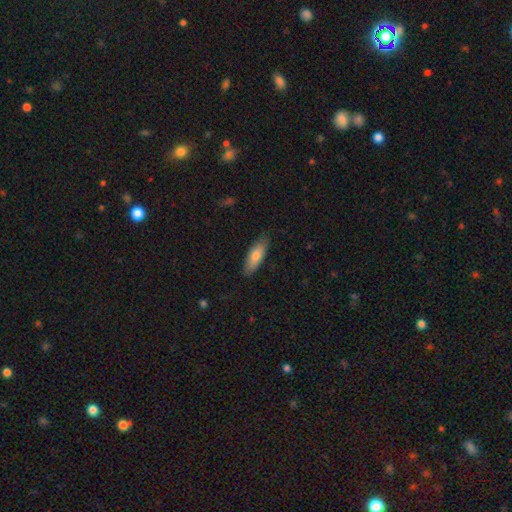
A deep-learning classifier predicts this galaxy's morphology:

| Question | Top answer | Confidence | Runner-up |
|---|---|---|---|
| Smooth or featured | smooth | 74% | featured or disk (20%) |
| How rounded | in between | 53% | cigar-shaped (45%) |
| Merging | none | 85% | minor disturbance (12%) |